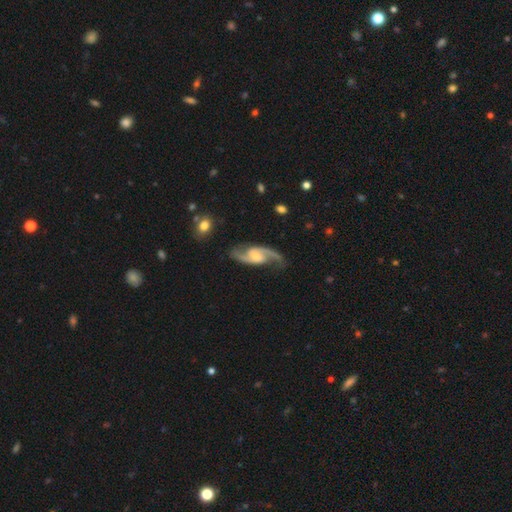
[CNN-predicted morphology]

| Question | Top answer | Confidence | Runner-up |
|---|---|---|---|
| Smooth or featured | featured or disk | 91% | smooth (5%) |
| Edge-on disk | no | 96% | yes (4%) |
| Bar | weak | 48% | no (38%) |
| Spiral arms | yes | 98% | no (2%) |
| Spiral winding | loose | 49% | medium (42%) |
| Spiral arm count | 2 | 94% | can't tell (2%) |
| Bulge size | moderate | 38% | small (37%) |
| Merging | none | 80% | minor disturbance (13%) |